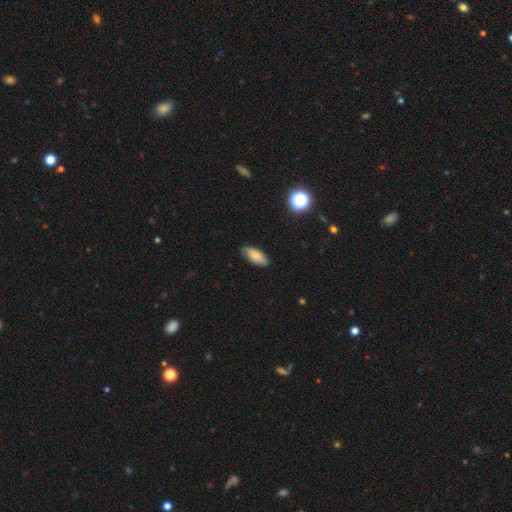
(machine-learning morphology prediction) smooth-or-featured: smooth: 74% | featured or disk: 18% | star or artifact: 8%
  how-rounded: in between: 86% | cigar-shaped: 11% | round: 3%
  merging: none: 79% | minor disturbance: 17% | major disturbance: 3% | merger: 1%